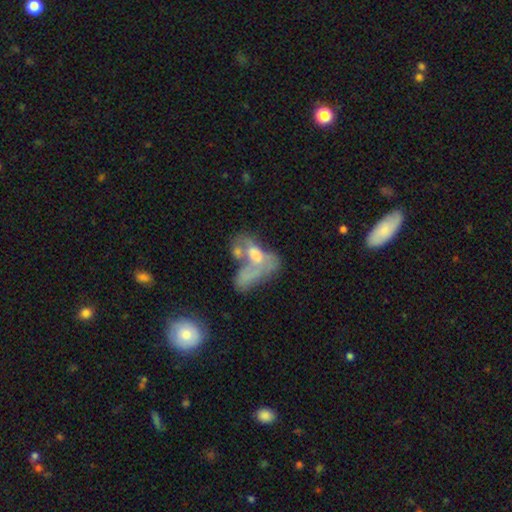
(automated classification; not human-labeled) Smooth or featured? featured or disk (42%)
Merging? none (39%)